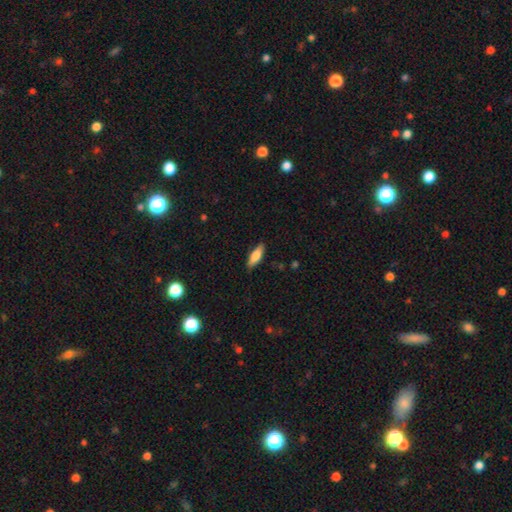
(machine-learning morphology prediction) Smooth or featured? Predicted: smooth (p=0.78). How rounded? Predicted: in between (p=0.59). Merging? Predicted: none (p=0.86).